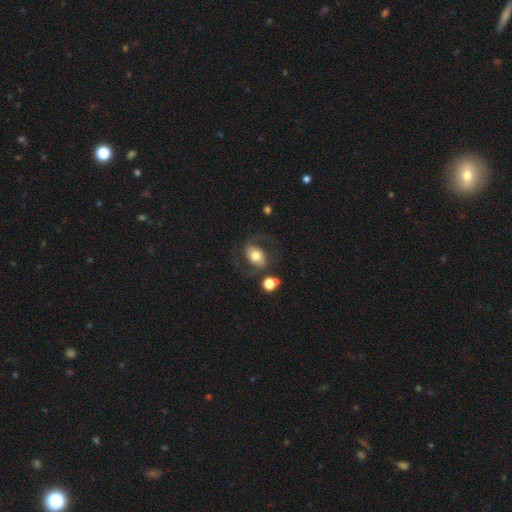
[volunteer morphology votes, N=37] This appears to be a featured or disk galaxy (73%) with no bar (44%), 2 (100%) loose (73%) spiral arms (81%) and a moderate central bulge (63%). Merging: none (66%).